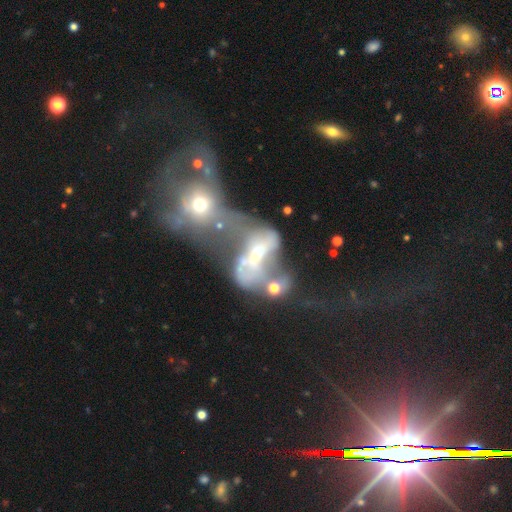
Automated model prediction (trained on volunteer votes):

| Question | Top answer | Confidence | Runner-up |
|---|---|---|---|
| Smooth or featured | featured or disk | 62% | smooth (23%) |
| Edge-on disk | no | 95% | yes (5%) |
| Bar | no | 64% | weak (24%) |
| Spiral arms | no | 54% | yes (46%) |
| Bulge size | moderate | 47% | small (33%) |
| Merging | merger | 73% | major disturbance (17%) |